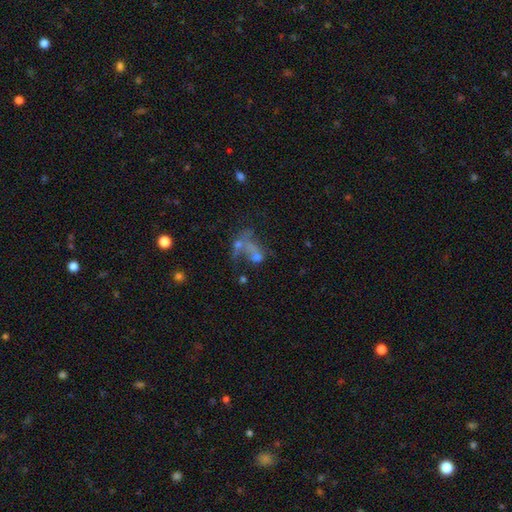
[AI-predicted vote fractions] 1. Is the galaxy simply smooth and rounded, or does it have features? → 39% featured or disk, 36% smooth, 25% star or artifact.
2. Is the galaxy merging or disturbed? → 42% merger, 27% major disturbance, 22% none, 9% minor disturbance.